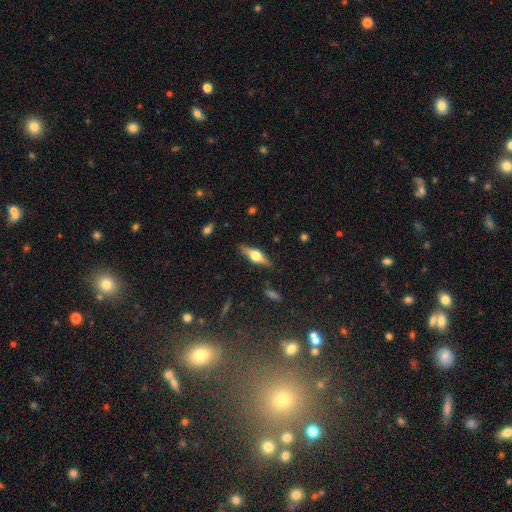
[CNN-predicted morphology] Q: Smooth or featured?
A: featured or disk (66%); runner-up: smooth (27%)
Q: Edge-on disk?
A: yes (96%); runner-up: no (4%)
Q: Edge-on bulge?
A: rounded (94%); runner-up: boxy (5%)
Q: Merging?
A: none (87%); runner-up: minor disturbance (10%)